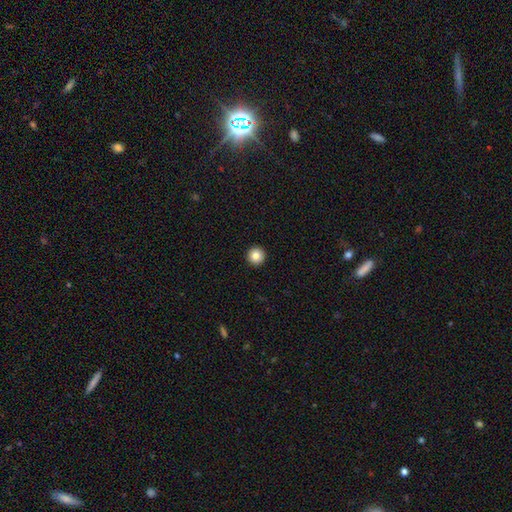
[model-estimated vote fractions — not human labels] Smooth or featured: smooth — 84% (star or artifact — 10%)
How rounded: round — 97% (in between — 2%)
Merging: none — 94% (minor disturbance — 3%)